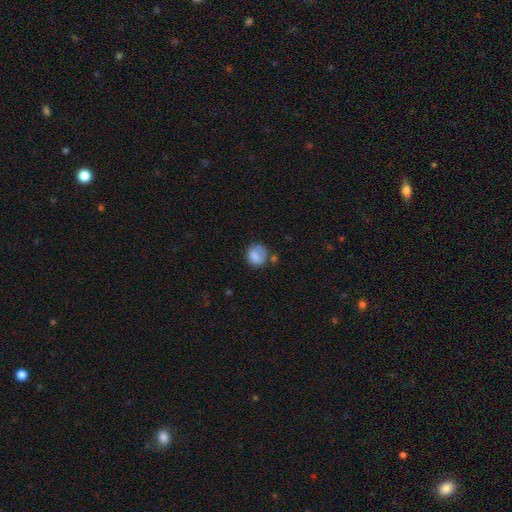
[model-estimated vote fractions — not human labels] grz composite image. It shows a smooth galaxy with no disk features (75%) that is round (77%). Merging: none (55%).